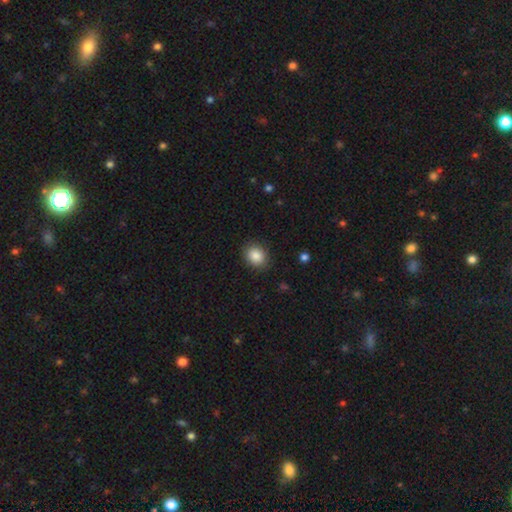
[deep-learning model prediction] Smooth or featured? smooth (87%)
How rounded? round (58%)
Merging? none (87%)